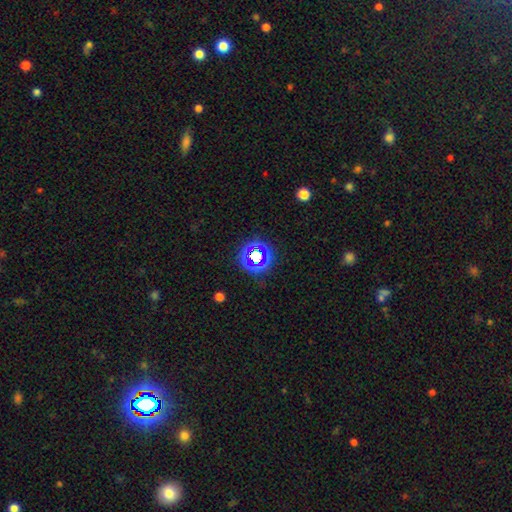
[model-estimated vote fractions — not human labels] smooth-or-featured: star or artifact: 61% | smooth: 27% | featured or disk: 12%